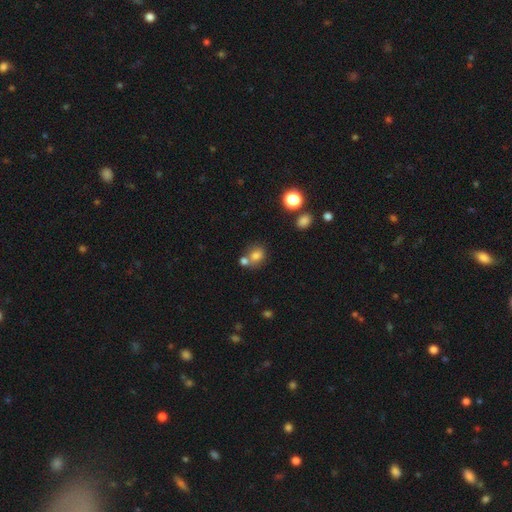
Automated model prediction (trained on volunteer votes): Overall: smooth (77%). How rounded: round (64%; in between 35%). Merging: none (51%; merger 34%).